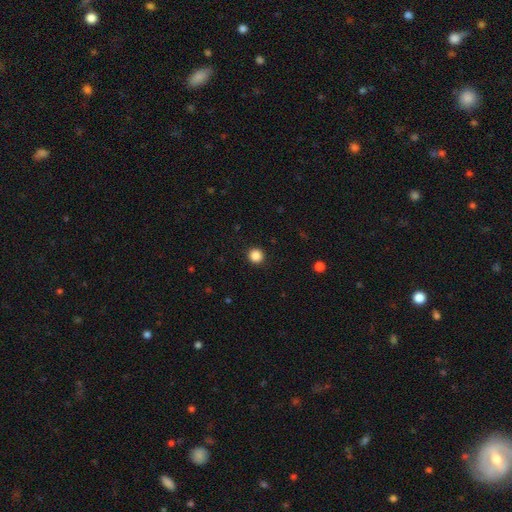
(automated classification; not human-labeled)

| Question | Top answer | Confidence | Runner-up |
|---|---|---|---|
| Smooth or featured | smooth | 87% | star or artifact (11%) |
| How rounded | round | 94% | in between (5%) |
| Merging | none | 93% | minor disturbance (5%) |